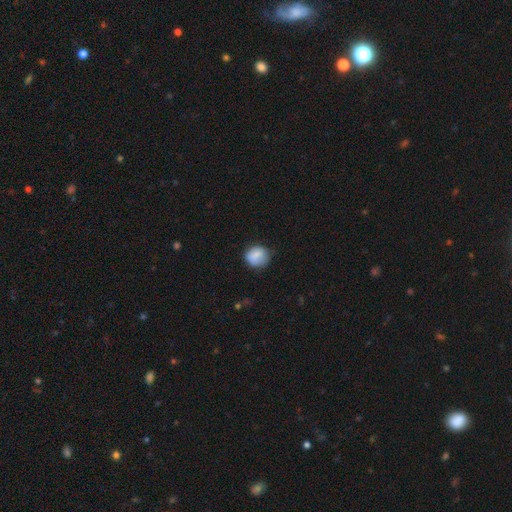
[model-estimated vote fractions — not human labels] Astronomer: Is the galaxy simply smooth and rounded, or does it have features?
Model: smooth — 83%.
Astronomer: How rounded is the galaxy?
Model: round — 78%.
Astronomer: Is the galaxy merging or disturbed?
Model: none — 72%.